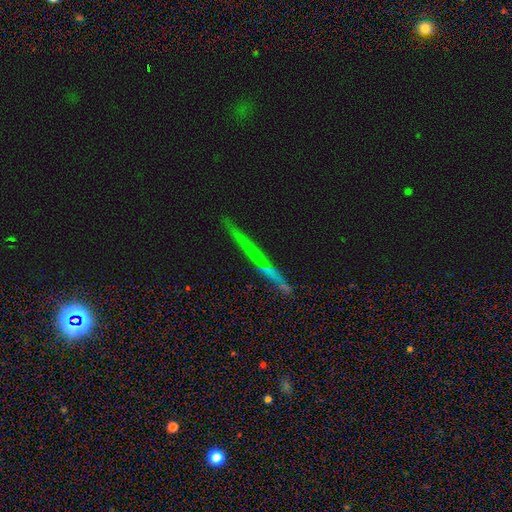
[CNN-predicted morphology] featured or disk 44%, smooth 39%, star or artifact 18%. Down the decision tree: merging — none (82%).